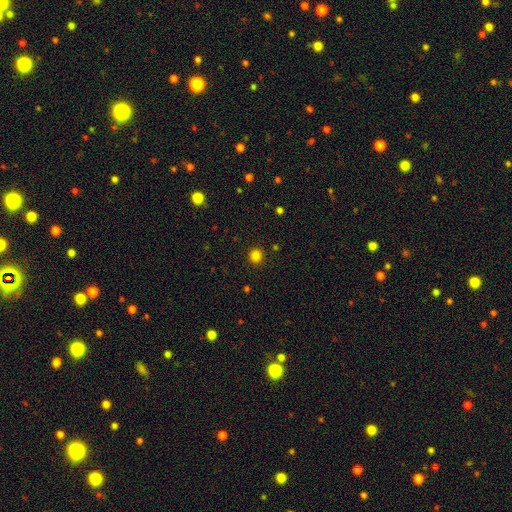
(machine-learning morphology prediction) Smooth or featured? smooth (83%)
How rounded? round (92%)
Merging? none (92%)